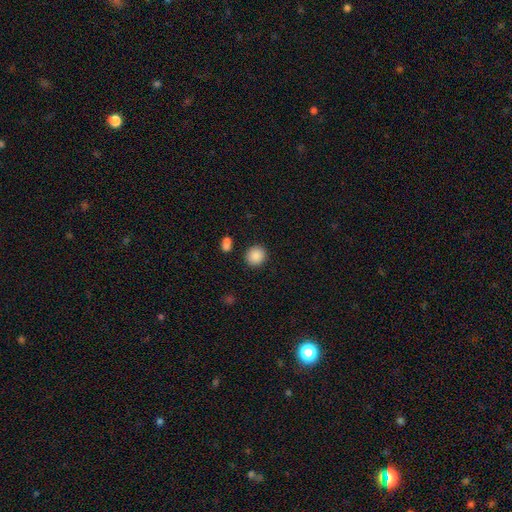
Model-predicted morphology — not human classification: Smooth or featured? smooth (88%)
How rounded? round (85%)
Merging? none (86%)